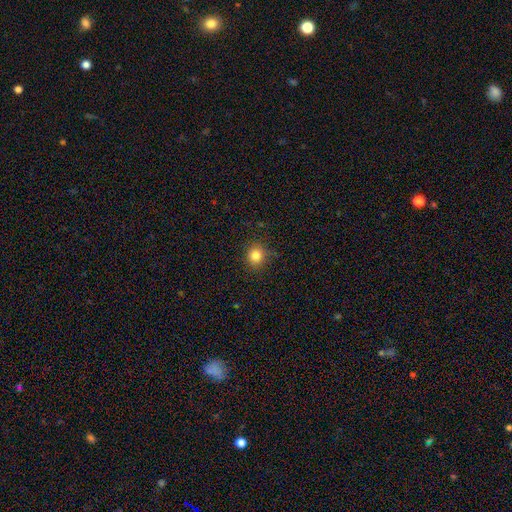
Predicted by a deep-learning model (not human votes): Morphology: type=smooth (83%); roundness=round (86%); merging=none (86%).